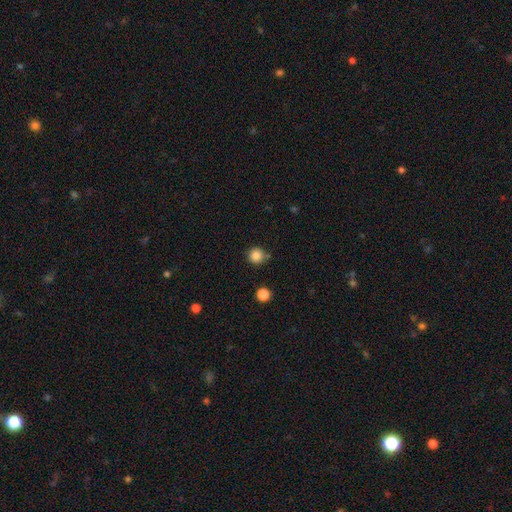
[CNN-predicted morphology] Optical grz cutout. It shows a smooth galaxy with no disk features (83%) that is round (94%). Merging: none (79%).